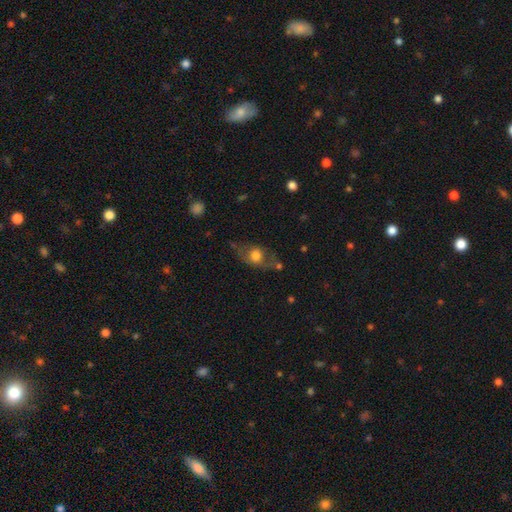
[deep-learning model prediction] Smooth or featured: smooth — 54% (featured or disk — 36%)
How rounded: in between — 60% (round — 35%)
Merging: none — 59% (minor disturbance — 23%)